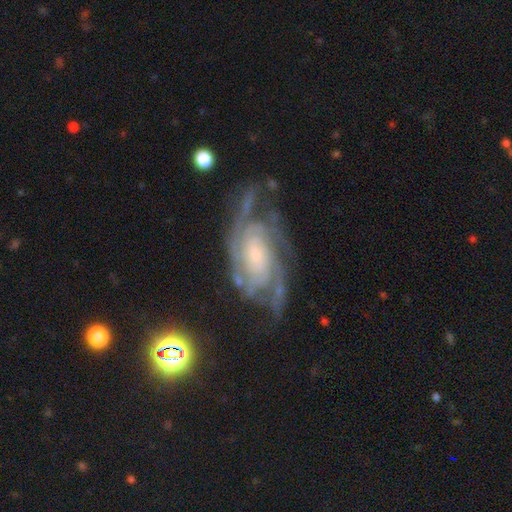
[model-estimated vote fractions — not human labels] Morphology: type=featured or disk (89%); edge-on=no (96%); bar=no (63%); spiral arms=yes (97%); winding=tight (60%); arm count=2 (26%); bulge=small (62%); merging=none (65%).